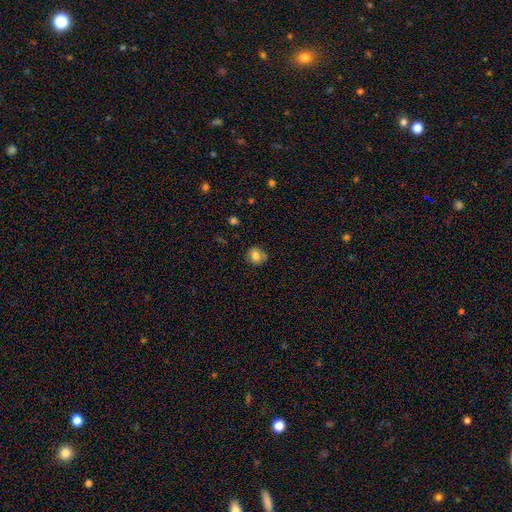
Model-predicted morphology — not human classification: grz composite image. It shows a smooth galaxy with no disk features (77%) that is round (69%). Merging: none (73%).